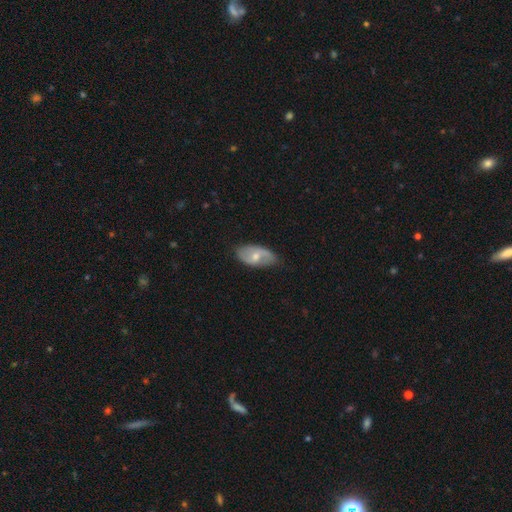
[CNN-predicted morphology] A featured or disk galaxy (59%) with a weak bar (51%), spiral arms (81%) and a moderate central bulge (57%).

Vote fractions:
- Smooth or featured? featured or disk: 59% / smooth: 36% / star or artifact: 6%
- Edge-on disk? no: 94% / yes: 6%
- Bar? weak: 51% / no: 37% / strong: 13%
- Spiral arms? yes: 81% / no: 19%
- Bulge size? moderate: 57% / small: 37% / large: 3% / none: 3% / dominant: 1%
- Merging? none: 70% / minor disturbance: 23% / major disturbance: 5% / merger: 1%